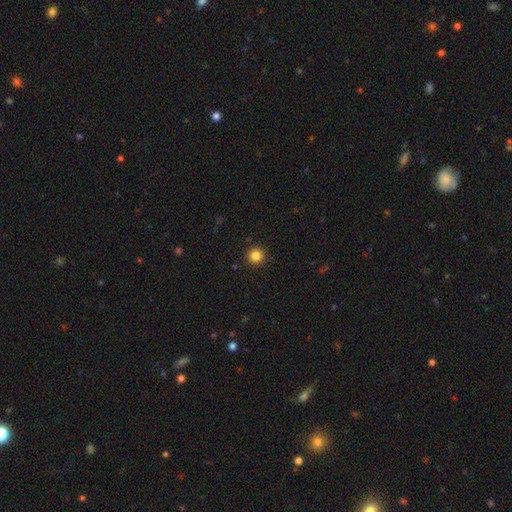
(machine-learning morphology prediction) The model was most divided on "smooth or featured": smooth: 85%, star or artifact: 12%, featured or disk: 4%. More confident: how rounded — round (96%); merging — none (92%).